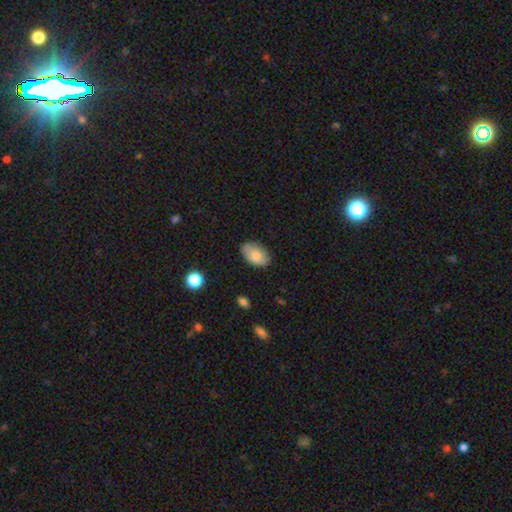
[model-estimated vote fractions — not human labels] This is likely a smooth galaxy (79%). How rounded: clearly in between (91%). Merging: likely none (79%).